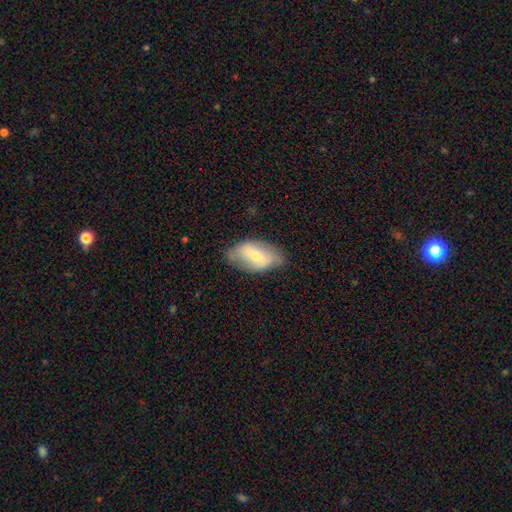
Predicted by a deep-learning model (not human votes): Q: Smooth or featured?
A: smooth (50%); runner-up: featured or disk (43%)
Q: How rounded?
A: in between (92%); runner-up: round (5%)
Q: Merging?
A: none (68%); runner-up: minor disturbance (24%)